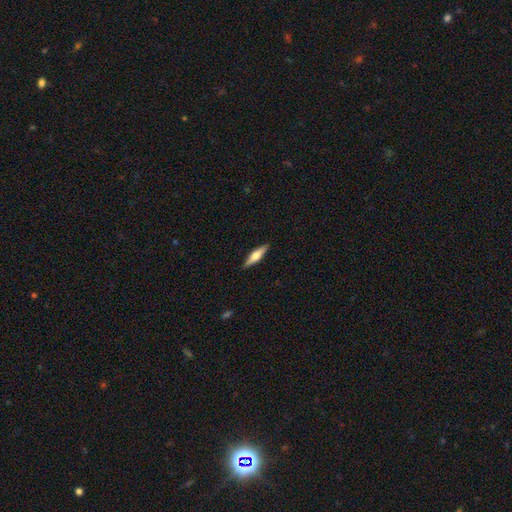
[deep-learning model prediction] Smooth or featured: smooth — 49% (featured or disk — 46%)
Merging: none — 90% (minor disturbance — 7%)